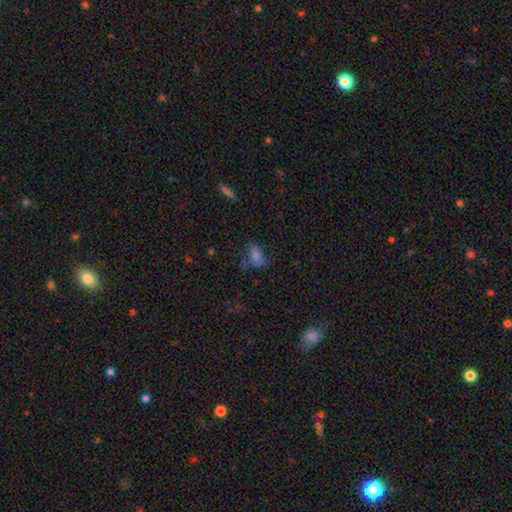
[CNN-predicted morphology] Smooth or featured? smooth (63%)
How rounded? in between (81%)
Merging? none (52%)